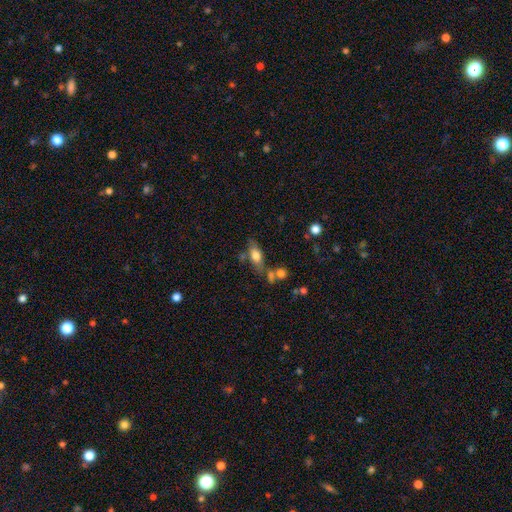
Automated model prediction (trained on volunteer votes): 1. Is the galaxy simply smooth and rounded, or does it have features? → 69% smooth, 22% featured or disk, 9% star or artifact.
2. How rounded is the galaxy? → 77% in between, 17% cigar-shaped, 7% round.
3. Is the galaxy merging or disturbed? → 57% none, 18% merger, 18% minor disturbance, 7% major disturbance.